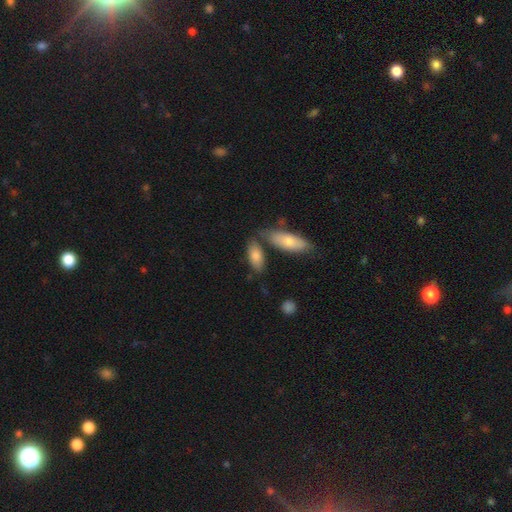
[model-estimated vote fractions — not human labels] smooth_or_featured: smooth (p=0.79) [alt: featured or disk p=0.15]
how_rounded: in between (p=0.84) [alt: cigar-shaped p=0.13]
merging: none (p=0.60) [alt: merger p=0.21]